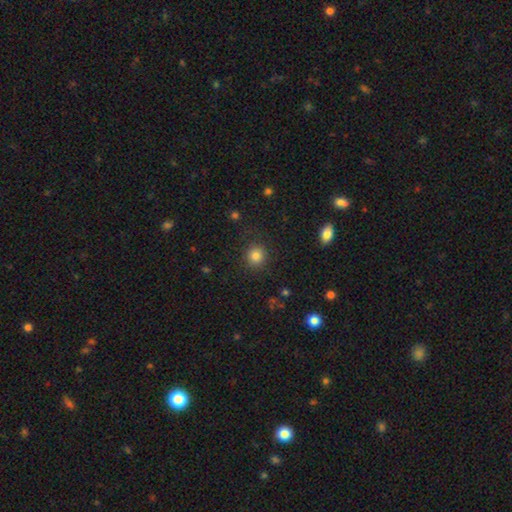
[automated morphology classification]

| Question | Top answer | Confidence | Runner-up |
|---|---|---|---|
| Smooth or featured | smooth | 83% | star or artifact (12%) |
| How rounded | round | 89% | in between (10%) |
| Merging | none | 87% | minor disturbance (8%) |